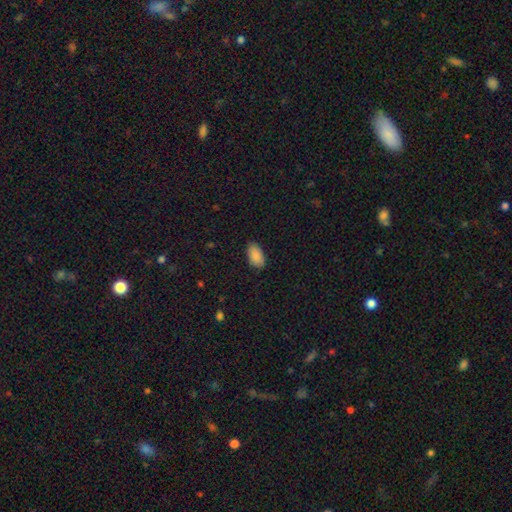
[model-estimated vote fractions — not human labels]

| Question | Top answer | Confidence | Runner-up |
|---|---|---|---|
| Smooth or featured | smooth | 89% | star or artifact (7%) |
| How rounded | in between | 94% | round (4%) |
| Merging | none | 85% | minor disturbance (11%) |